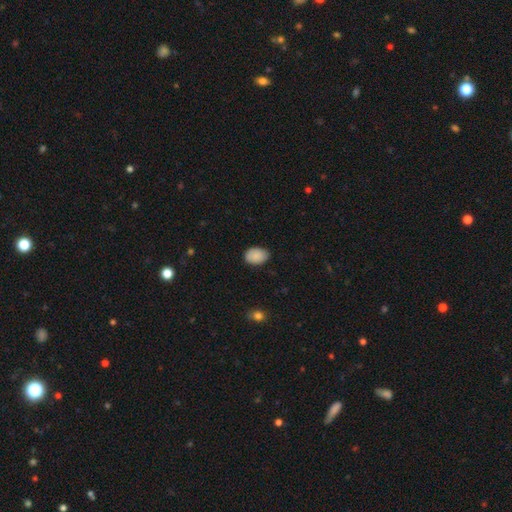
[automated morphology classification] Overall: smooth (88%). How rounded: in between (80%). Merging: none (83%).